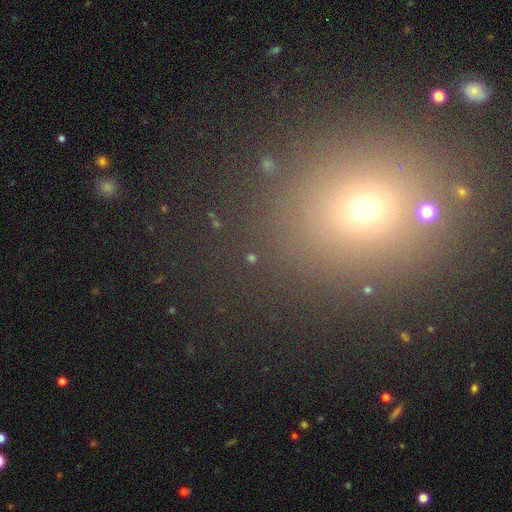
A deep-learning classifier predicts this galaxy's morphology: Q: Smooth or featured?
A: smooth (50%); runner-up: star or artifact (40%)
Q: How rounded?
A: round (70%); runner-up: in between (28%)
Q: Merging?
A: none (82%); runner-up: minor disturbance (8%)